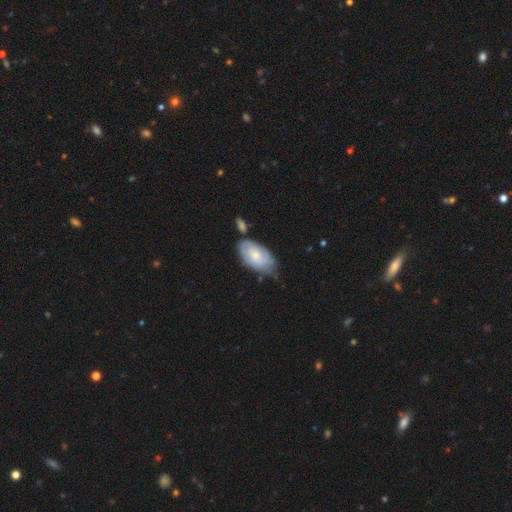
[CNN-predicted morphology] A smooth galaxy with no disk features (50%). Merging: none (53%).